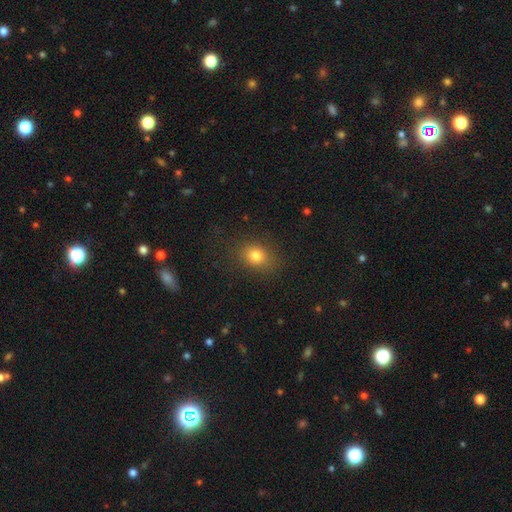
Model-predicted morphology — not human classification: This appears to be a smooth galaxy with no disk features (80%) that is in between round and cigar-shaped (51%). Merging: none (82%).